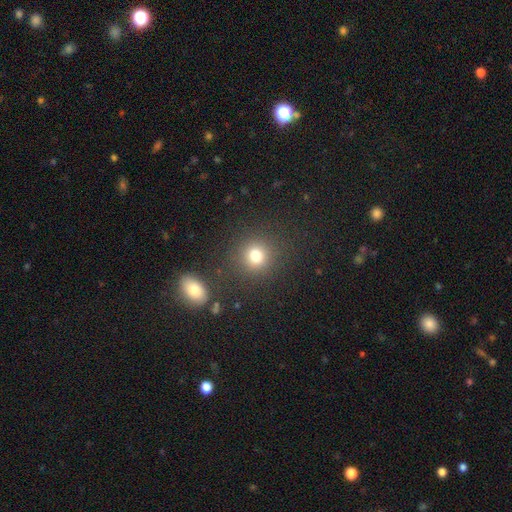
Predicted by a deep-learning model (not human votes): This is likely a smooth galaxy (77%). How rounded: clearly round (88%). Merging: clearly none (85%).